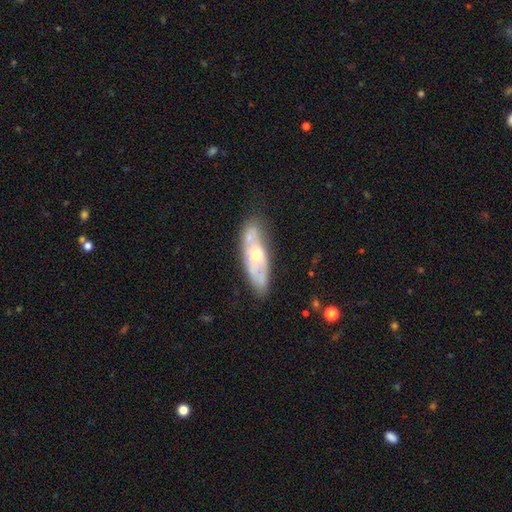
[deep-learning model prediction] smooth-or-featured: featured or disk: 58% | smooth: 35% | star or artifact: 7%
  disk-edge-on: no: 73% | yes: 27%
  merging: none: 63% | minor disturbance: 21% | merger: 10% | major disturbance: 6%